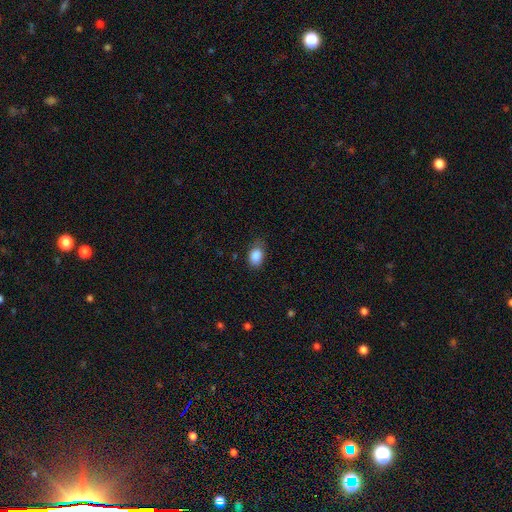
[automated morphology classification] This is clearly a smooth galaxy (87%). How rounded: clearly in between (81%). Merging: likely none (68%).